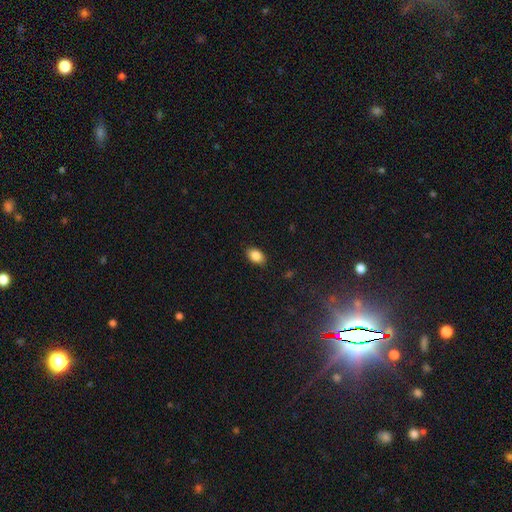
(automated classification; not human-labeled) The model was most divided on "how rounded": in between: 85%, round: 14%, cigar-shaped: 1%. More confident: merging — none (88%); smooth or featured — smooth (86%).